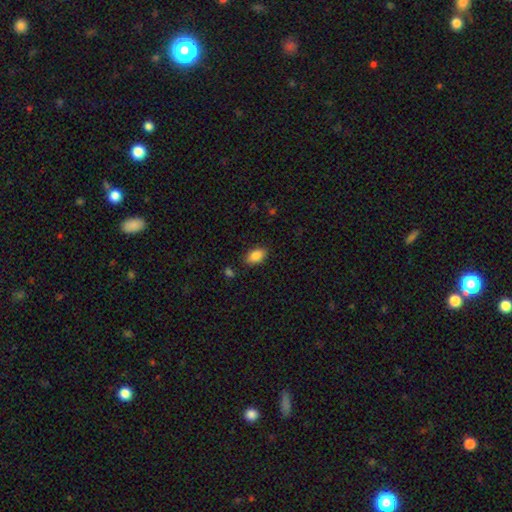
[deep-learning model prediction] Smooth or featured: smooth — 87% (star or artifact — 8%)
How rounded: in between — 90% (round — 8%)
Merging: none — 84% (minor disturbance — 11%)